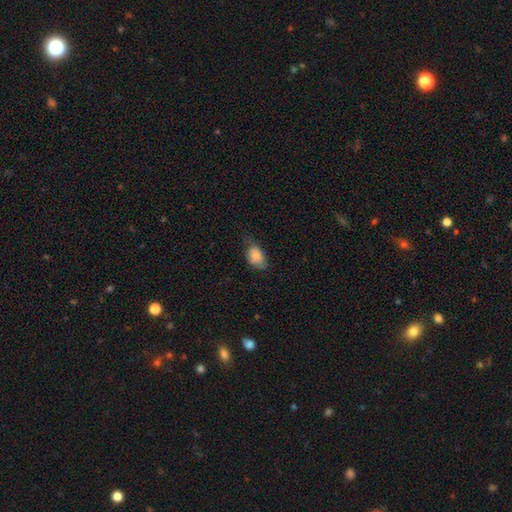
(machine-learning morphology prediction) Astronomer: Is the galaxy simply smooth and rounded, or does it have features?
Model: smooth — 84%.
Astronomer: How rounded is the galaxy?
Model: in between — 88%.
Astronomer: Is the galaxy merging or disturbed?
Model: none — 48% (runner-up: minor disturbance, 38%).